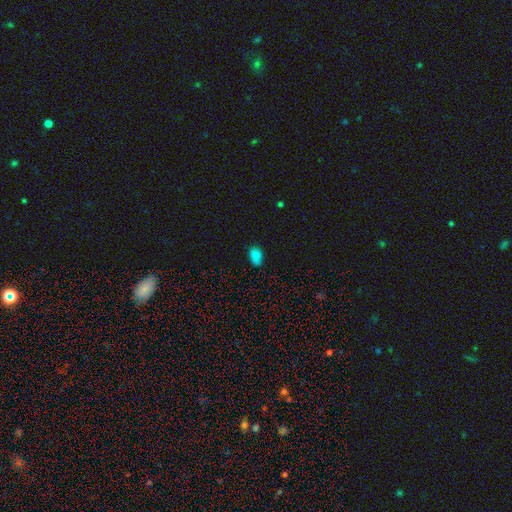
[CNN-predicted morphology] smooth-or-featured: smooth: 82% | star or artifact: 14% | featured or disk: 4%
  how-rounded: in between: 87% | round: 11% | cigar-shaped: 2%
  merging: none: 74% | minor disturbance: 21% | major disturbance: 3% | merger: 2%